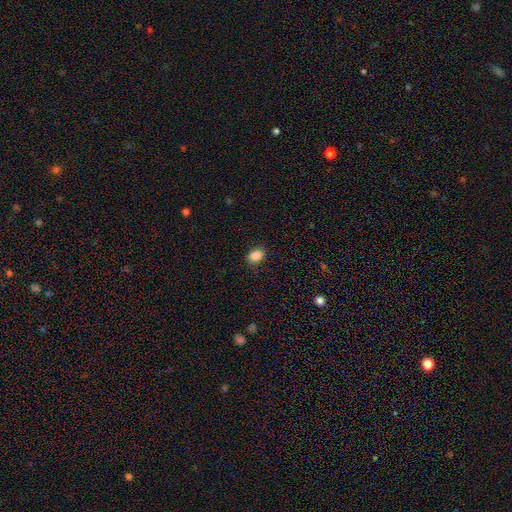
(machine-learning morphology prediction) A smooth galaxy with no disk features (86%) that is in between round and cigar-shaped (62%).

Vote fractions:
- Smooth or featured? smooth: 86% / star or artifact: 10% / featured or disk: 4%
- How rounded? in between: 62% / round: 37% / cigar-shaped: 1%
- Merging? none: 86% / minor disturbance: 10% / major disturbance: 3% / merger: 1%